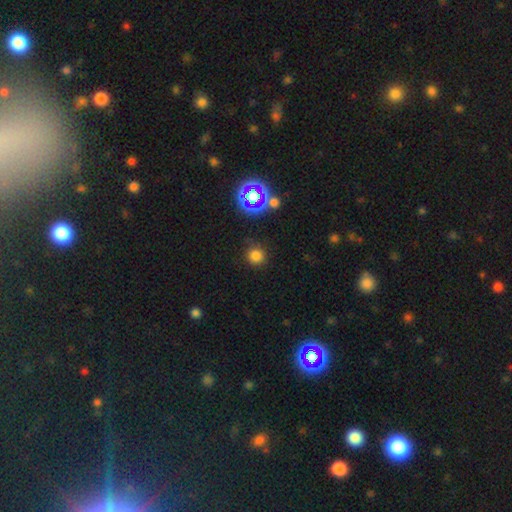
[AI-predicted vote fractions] The model was most divided on "smooth or featured": smooth: 73%, star or artifact: 21%, featured or disk: 6%. More confident: how rounded — round (92%); merging — none (85%).